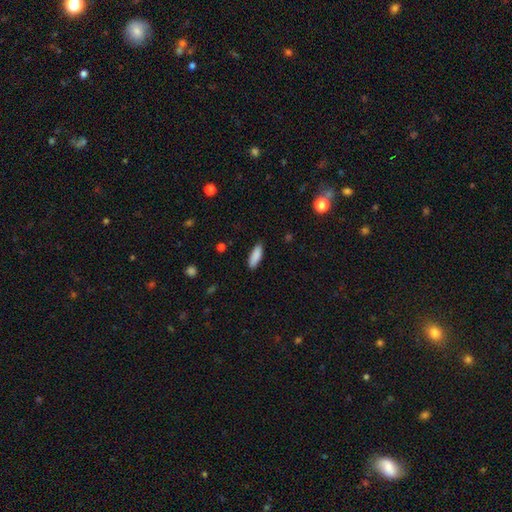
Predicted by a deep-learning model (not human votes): smooth 88%, star or artifact 6%, featured or disk 6%. Down the decision tree: how rounded — in between (57%); merging — none (87%).